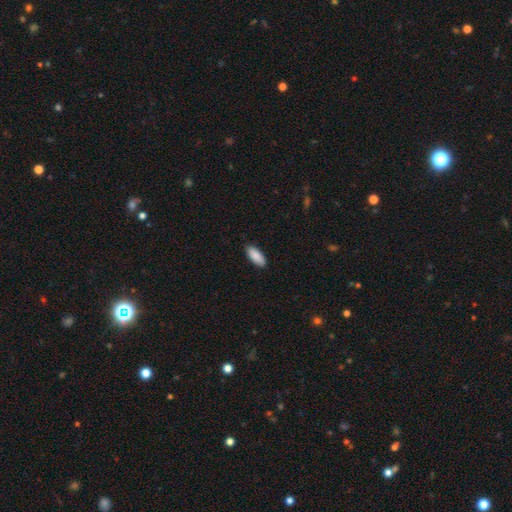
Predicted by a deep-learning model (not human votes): A smooth galaxy with no disk features (90%) that is in between round and cigar-shaped (85%).

Vote fractions:
- Smooth or featured? smooth: 90% / star or artifact: 6% / featured or disk: 5%
- How rounded? in between: 85% / cigar-shaped: 13% / round: 2%
- Merging? none: 88% / minor disturbance: 9% / major disturbance: 2% / merger: 1%